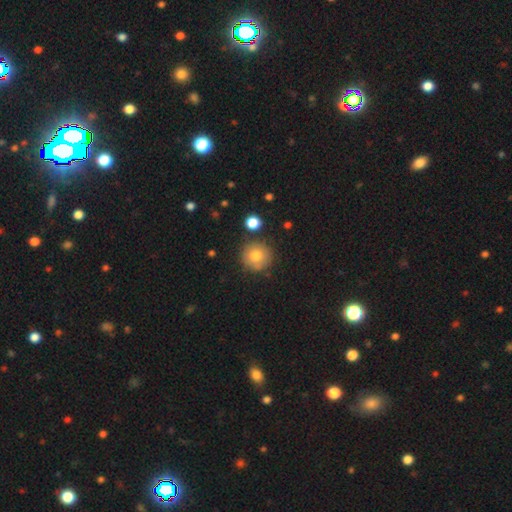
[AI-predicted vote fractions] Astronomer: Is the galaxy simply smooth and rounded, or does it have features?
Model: smooth — 78%.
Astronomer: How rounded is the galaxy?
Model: round — 94%.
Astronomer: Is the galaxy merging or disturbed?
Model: none — 82%.